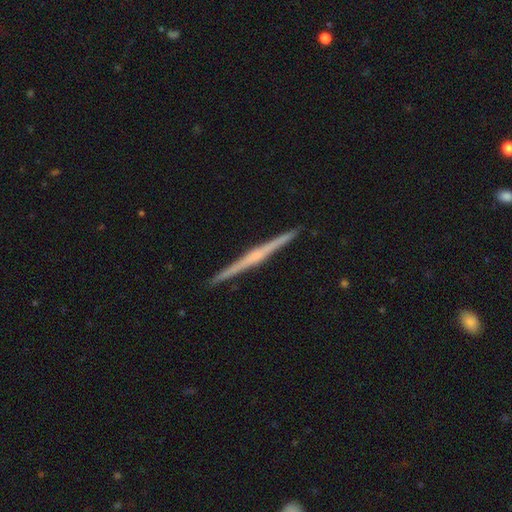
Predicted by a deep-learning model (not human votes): This appears to be a featured or disk galaxy (78%) viewed edge-on (99%) with a rounded central bulge (47%). Merging: none (93%).